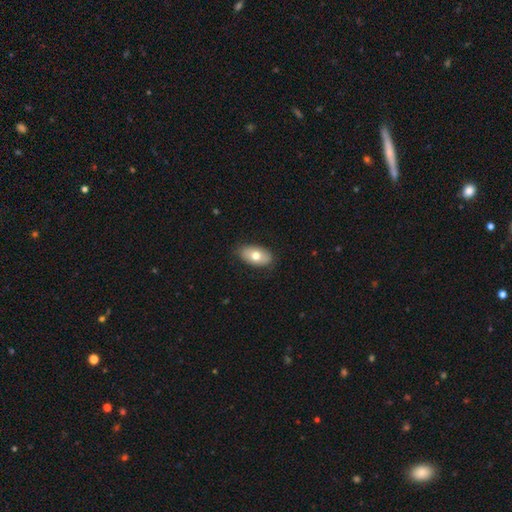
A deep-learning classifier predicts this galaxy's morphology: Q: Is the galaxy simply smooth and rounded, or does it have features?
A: smooth — 72%.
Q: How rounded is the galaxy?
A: in between — 92%.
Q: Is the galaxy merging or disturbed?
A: none — 83%.